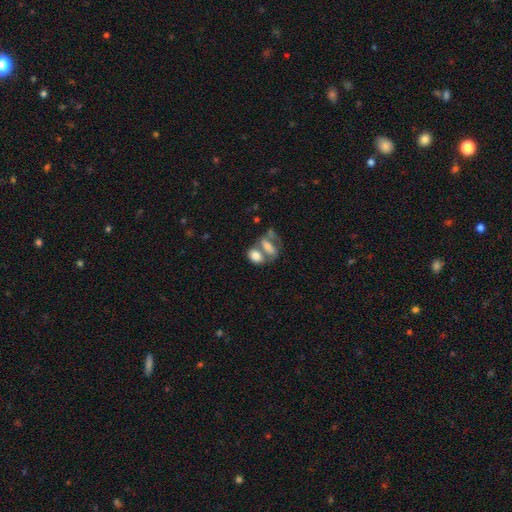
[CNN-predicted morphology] smooth_or_featured: smooth (p=0.71) [alt: featured or disk p=0.20]
how_rounded: in between (p=0.80) [alt: round p=0.16]
merging: merger (p=0.56) [alt: none p=0.28]